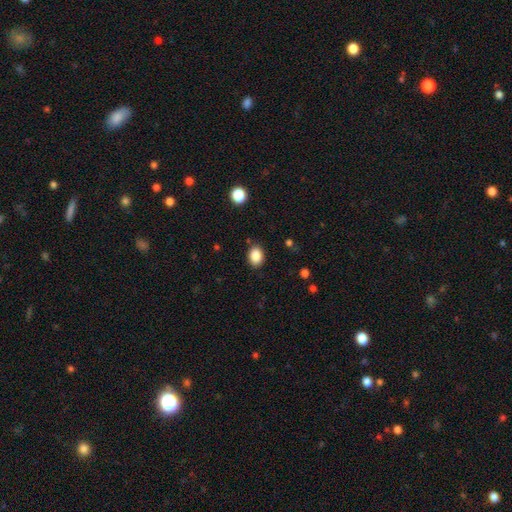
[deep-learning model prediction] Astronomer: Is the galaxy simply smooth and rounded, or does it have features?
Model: smooth — 87%.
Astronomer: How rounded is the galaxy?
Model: in between — 64%.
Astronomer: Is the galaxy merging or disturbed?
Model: none — 86%.